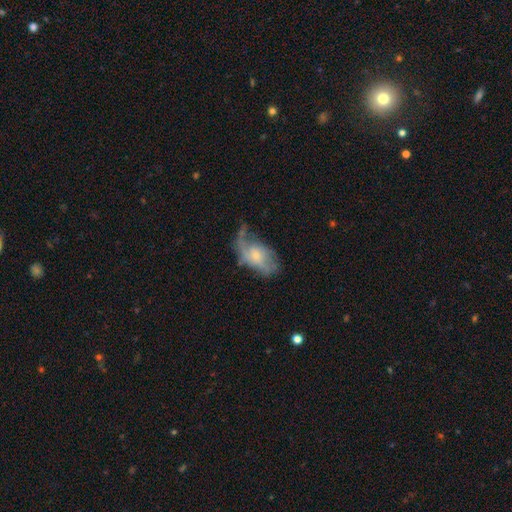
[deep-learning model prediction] Smooth or featured?
  - featured or disk: 63% *
  - smooth: 30%
  - star or artifact: 7%
Edge-on disk?
  - no: 94% *
  - yes: 6%
Bar?
  - no: 69% *
  - weak: 26%
  - strong: 4%
Spiral arms?
  - yes: 76% *
  - no: 24%
Bulge size?
  - small: 60% *
  - moderate: 31%
  - none: 5%
  - large: 3%
  - dominant: 1%
Merging?
  - none: 34% * (tied)
  - major disturbance: 34% * (tied)
  - minor disturbance: 28%
  - merger: 3%